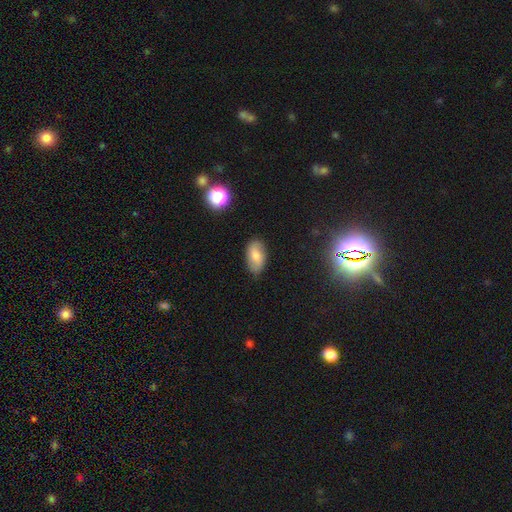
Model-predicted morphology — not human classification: A smooth galaxy with no disk features (74%) that is in between round and cigar-shaped (93%).

Vote fractions:
- Smooth or featured? smooth: 74% / featured or disk: 17% / star or artifact: 8%
- How rounded? in between: 93% / round: 5% / cigar-shaped: 2%
- Merging? none: 80% / minor disturbance: 16% / major disturbance: 3% / merger: 2%